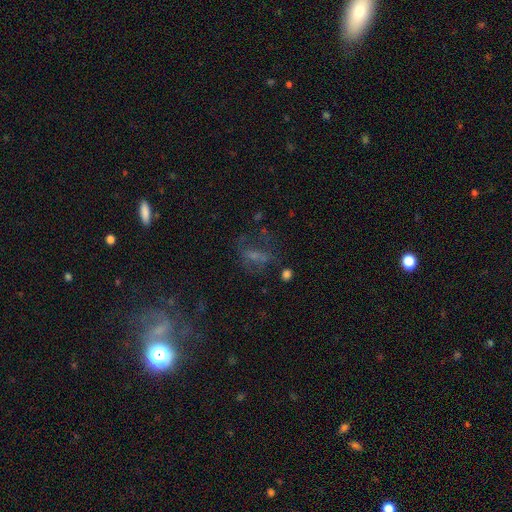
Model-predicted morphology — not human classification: Smooth or featured? smooth (38%)
Merging? none (44%)